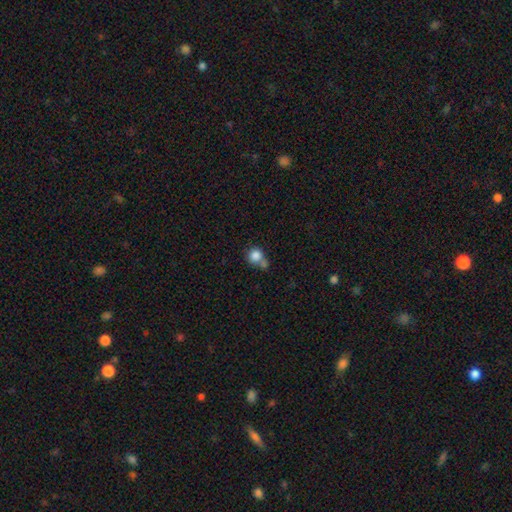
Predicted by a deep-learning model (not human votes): The model was most divided on "merging": none: 45%, merger: 35%, minor disturbance: 13%, major disturbance: 6%. More confident: how rounded — round (87%); smooth or featured — smooth (83%).